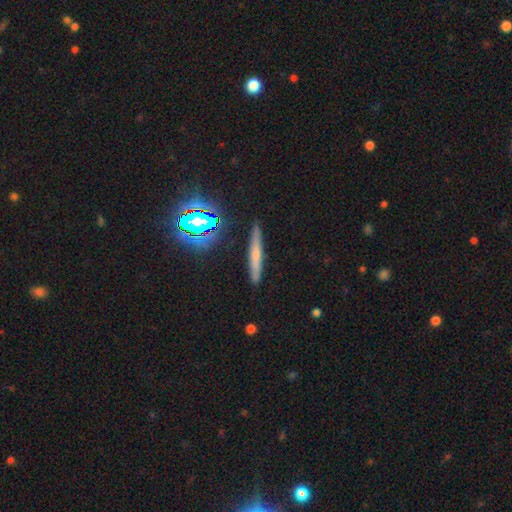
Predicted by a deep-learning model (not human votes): smooth 49%, featured or disk 34%, star or artifact 17%. Down the decision tree: merging — none (86%).